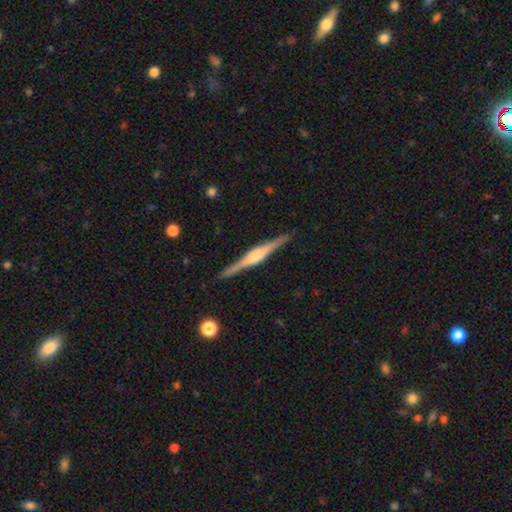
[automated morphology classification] Smooth or featured?
  - featured or disk: 83% *
  - smooth: 12%
  - star or artifact: 5%
Edge-on disk?
  - yes: 99% *
  - no: 1%
Edge-on bulge?
  - rounded: 67% *
  - boxy: 25%
  - none: 9%
Merging?
  - none: 92% *
  - minor disturbance: 6%
  - major disturbance: 1%
  - merger: 1%